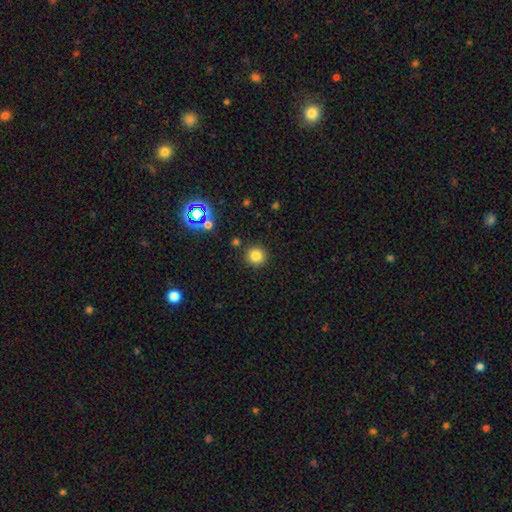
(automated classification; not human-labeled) This appears to be a smooth galaxy with no disk features (80%) that is round (94%). Merging: none (88%).